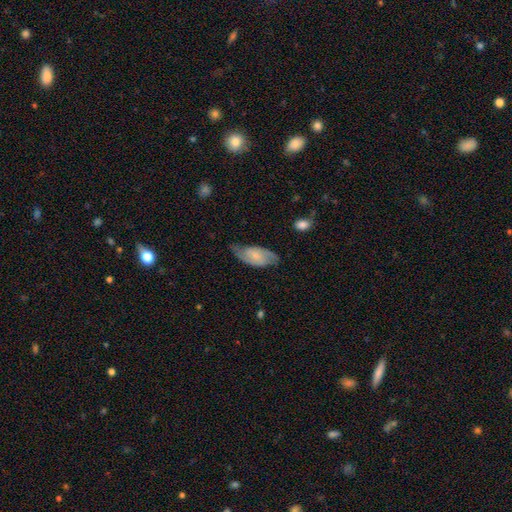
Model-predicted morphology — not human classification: A featured or disk galaxy (63%) with no bar (47%), 2 (85%) medium (47%) spiral arms (91%) and a small central bulge (49%). Merging: none (67%).